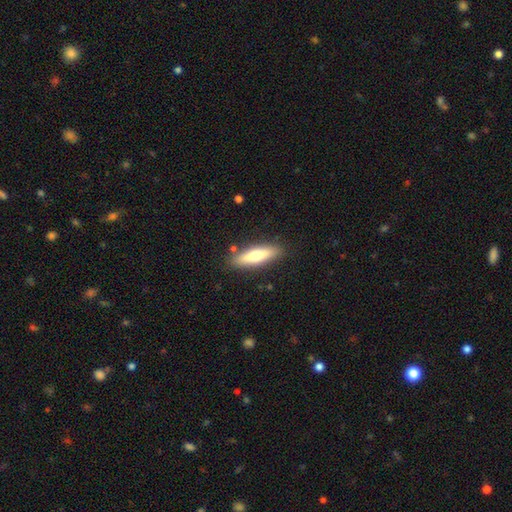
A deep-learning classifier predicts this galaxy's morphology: smooth-or-featured: smooth: 62% | featured or disk: 32% | star or artifact: 6%
  how-rounded: cigar-shaped: 68% | in between: 30% | round: 2%
  merging: none: 86% | minor disturbance: 10% | merger: 2% | major disturbance: 2%